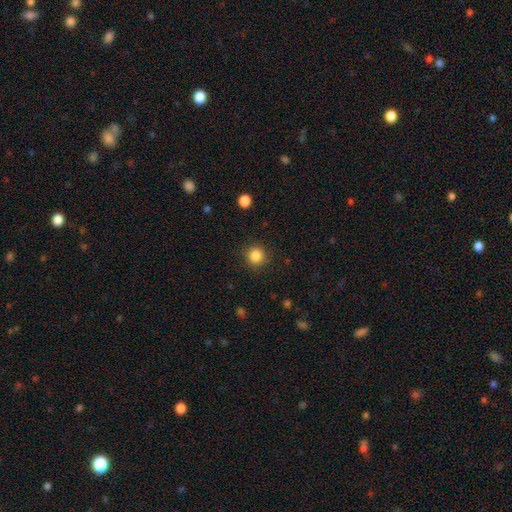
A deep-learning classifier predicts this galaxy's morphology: Smooth or featured?
  - smooth: 85% *
  - star or artifact: 11%
  - featured or disk: 4%
How rounded?
  - round: 93% *
  - in between: 6%
  - cigar-shaped: 1%
Merging?
  - none: 90% *
  - minor disturbance: 6%
  - major disturbance: 3%
  - merger: 1%